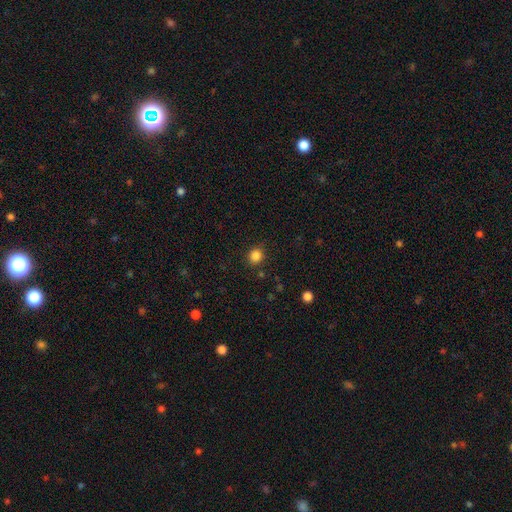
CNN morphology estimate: Smooth or featured: smooth — 85% (star or artifact — 12%)
How rounded: round — 82% (in between — 17%)
Merging: none — 88% (minor disturbance — 8%)